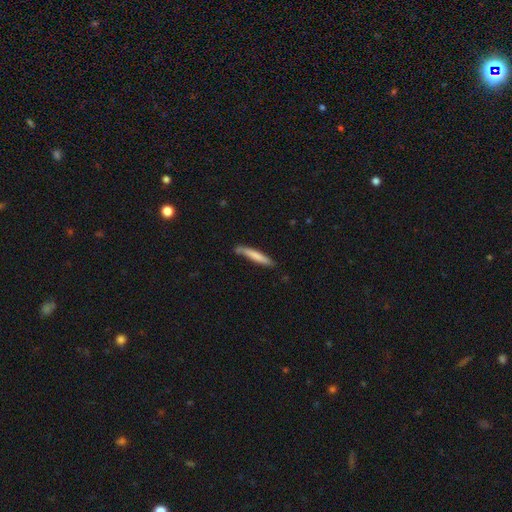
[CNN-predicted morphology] This is likely a smooth galaxy (73%). How rounded: clearly cigar-shaped (94%). Merging: likely none (74%).